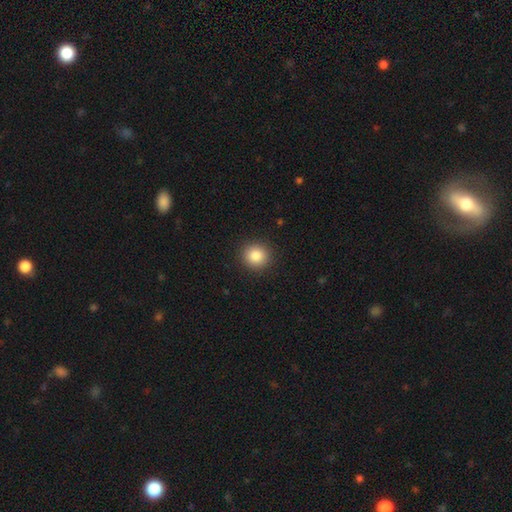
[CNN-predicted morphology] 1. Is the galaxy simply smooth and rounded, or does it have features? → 85% smooth, 10% star or artifact, 5% featured or disk.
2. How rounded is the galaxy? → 91% round, 8% in between, 1% cigar-shaped.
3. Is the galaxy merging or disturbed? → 92% none, 5% minor disturbance, 2% major disturbance, 1% merger.